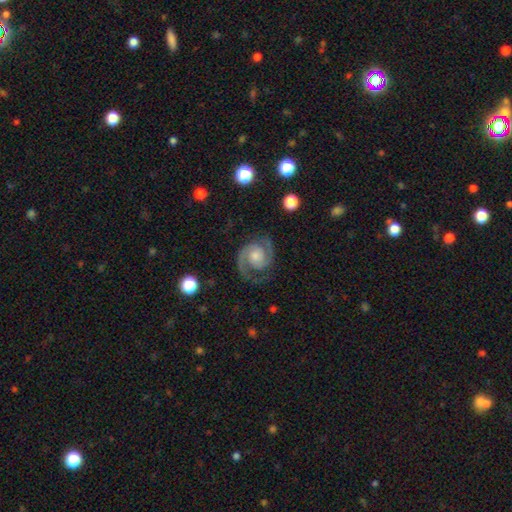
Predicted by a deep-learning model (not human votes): Smooth or featured? featured or disk (89%)
Edge-on disk? no (98%)
Bar? no (68%)
Spiral arms? yes (98%)
Spiral winding? medium (49%)
Spiral arm count? 2 (92%)
Bulge size? moderate (42%)
Merging? none (81%)